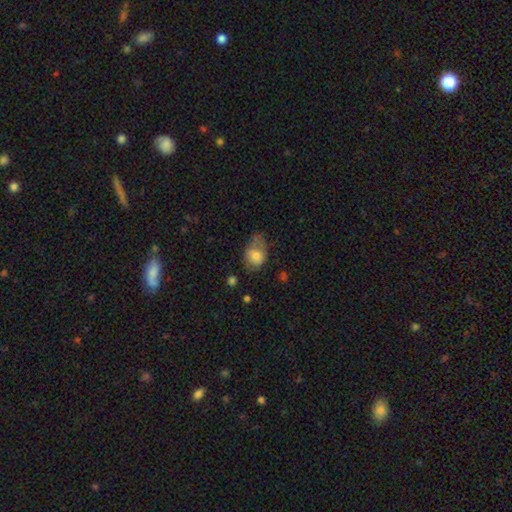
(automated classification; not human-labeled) smooth_or_featured: smooth (p=0.74) [alt: featured or disk p=0.18]
how_rounded: in between (p=0.67) [alt: round p=0.32]
merging: none (p=0.39) [alt: minor disturbance p=0.36]